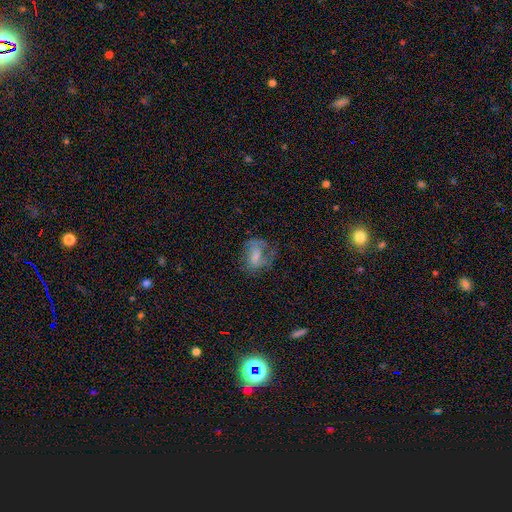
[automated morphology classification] Smooth or featured? featured or disk (46%)
Merging? none (45%)